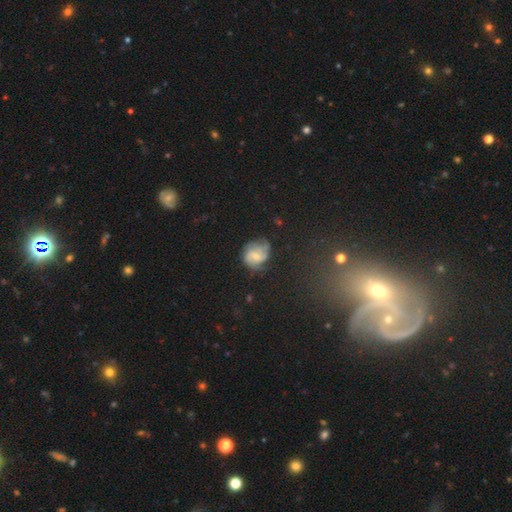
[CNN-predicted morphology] Q: Smooth or featured?
A: featured or disk (63%); runner-up: smooth (27%)
Q: Edge-on disk?
A: no (98%); runner-up: yes (2%)
Q: Bar?
A: no (51%); runner-up: weak (41%)
Q: Spiral arms?
A: yes (90%); runner-up: no (10%)
Q: Spiral winding?
A: medium (44%); runner-up: tight (34%)
Q: Spiral arm count?
A: 3 (31%); runner-up: 2 (28%)
Q: Bulge size?
A: small (56%); runner-up: moderate (31%)
Q: Merging?
A: none (64%); runner-up: minor disturbance (23%)